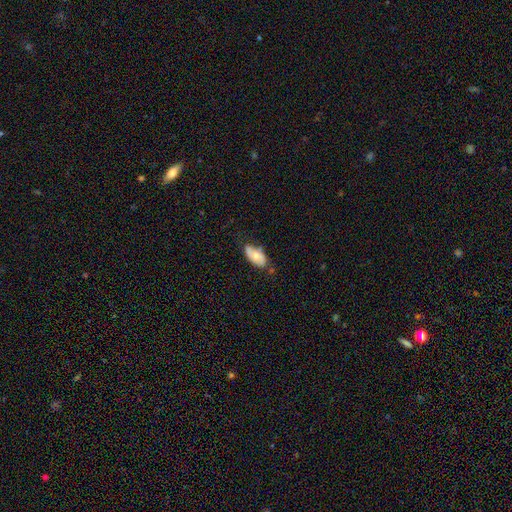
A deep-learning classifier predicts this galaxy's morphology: smooth 63%, featured or disk 30%, star or artifact 7%. Down the decision tree: how rounded — in between (93%); merging — none (59%).